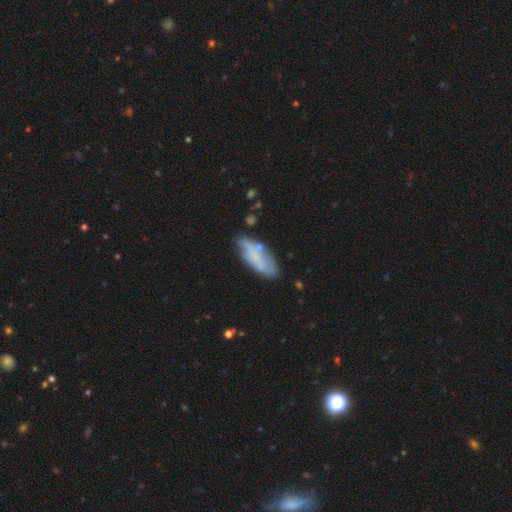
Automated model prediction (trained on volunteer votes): This appears to be a smooth galaxy with no disk features (58%) that is in between round and cigar-shaped (66%). Merging: none (58%).